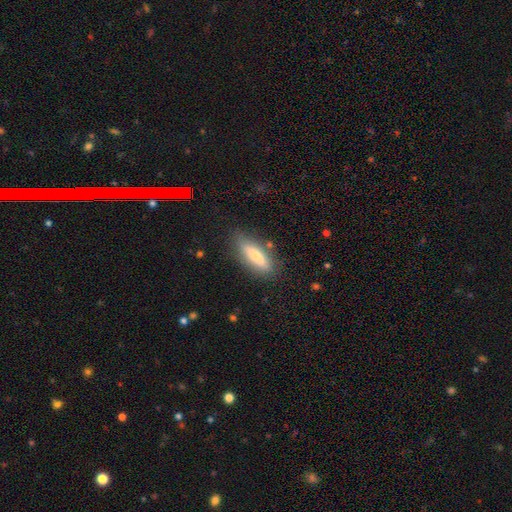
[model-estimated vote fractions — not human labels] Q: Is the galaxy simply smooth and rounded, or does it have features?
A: smooth — 69%.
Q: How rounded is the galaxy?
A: cigar-shaped — 55%.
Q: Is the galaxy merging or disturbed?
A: none — 81%.